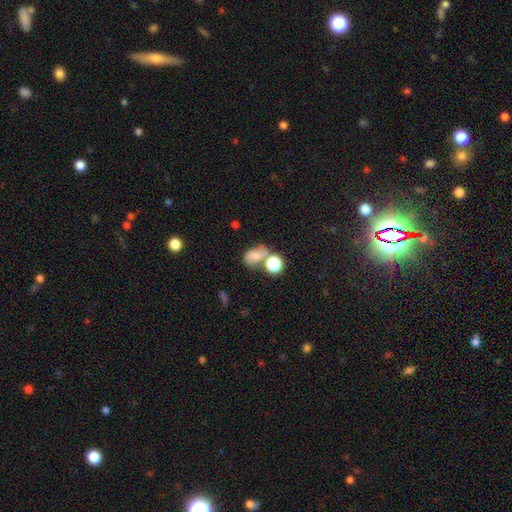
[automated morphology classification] Overall: smooth (56%; featured or disk 28%). How rounded: in between (62%; round 36%). Merging: none (36%; merger 35%).